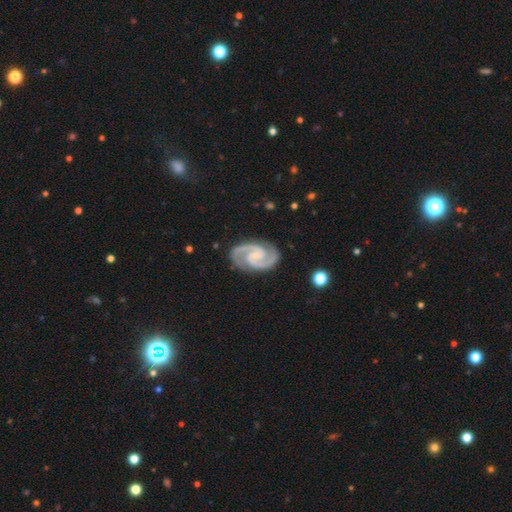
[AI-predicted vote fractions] Morphology: type=featured or disk (94%); edge-on=no (98%); bar=weak (42%); spiral arms=yes (99%); winding=medium (54%); arm count=2 (95%); bulge=small (48%); merging=none (85%).